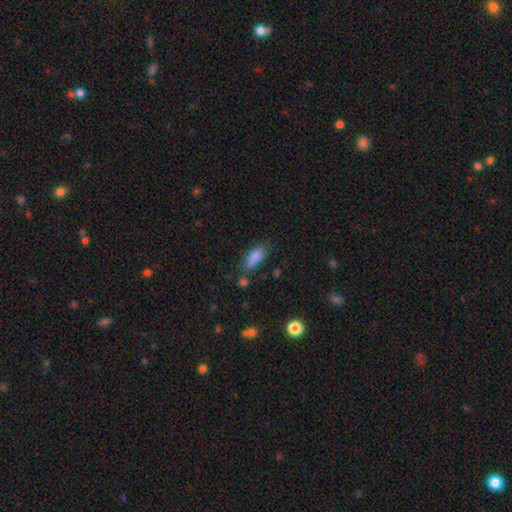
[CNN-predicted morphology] Smooth or featured?
  - smooth: 85% *
  - star or artifact: 9%
  - featured or disk: 7%
How rounded?
  - in between: 82% *
  - cigar-shaped: 16%
  - round: 3%
Merging?
  - none: 64% *
  - minor disturbance: 23%
  - major disturbance: 7%
  - merger: 7%